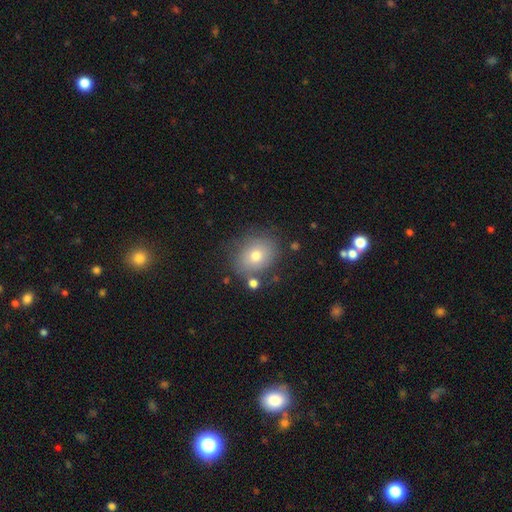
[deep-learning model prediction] This appears to be a smooth galaxy with no disk features (72%) that is round (54%). Merging: none (74%).